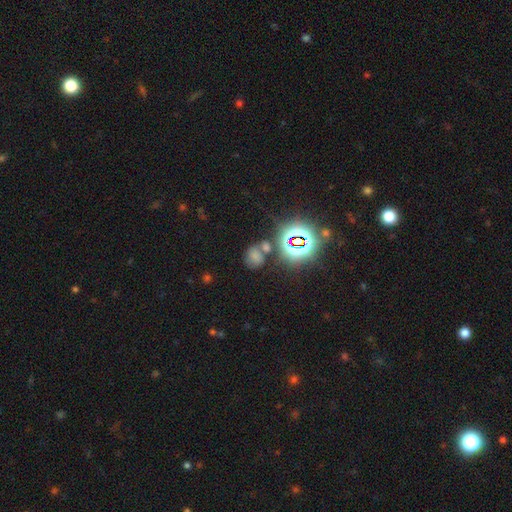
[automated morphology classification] This appears to be a smooth galaxy with no disk features (52%) that is round (57%). Merging: none (53%).